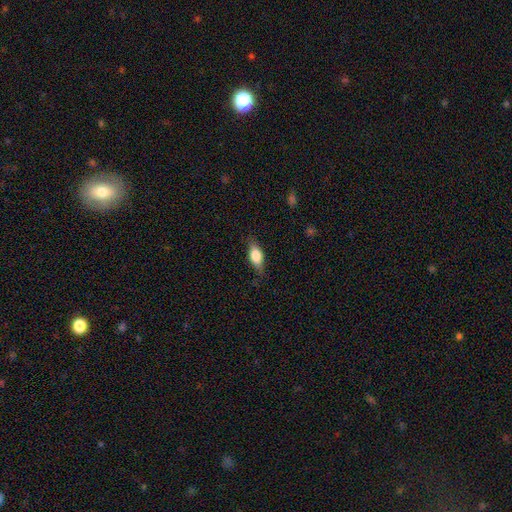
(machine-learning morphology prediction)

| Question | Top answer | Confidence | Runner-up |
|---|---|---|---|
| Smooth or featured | smooth | 74% | featured or disk (19%) |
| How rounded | in between | 81% | cigar-shaped (14%) |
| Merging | none | 77% | minor disturbance (18%) |